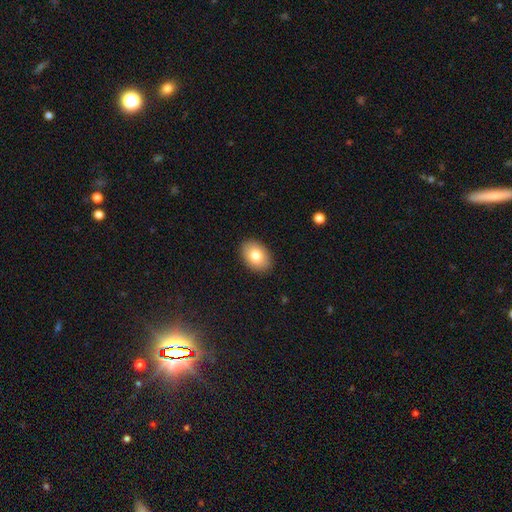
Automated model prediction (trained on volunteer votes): smooth 80%, featured or disk 12%, star or artifact 8%. Down the decision tree: how rounded — in between (83%); merging — none (90%).